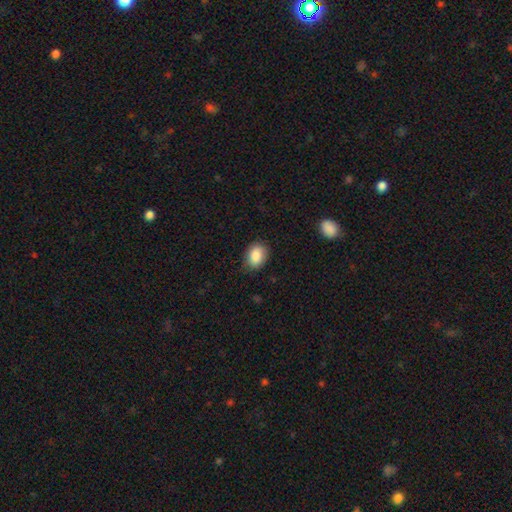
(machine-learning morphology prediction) smooth-or-featured: smooth: 88% | star or artifact: 8% | featured or disk: 5%
  how-rounded: in between: 73% | round: 26% | cigar-shaped: 1%
  merging: none: 80% | minor disturbance: 16% | major disturbance: 3% | merger: 1%